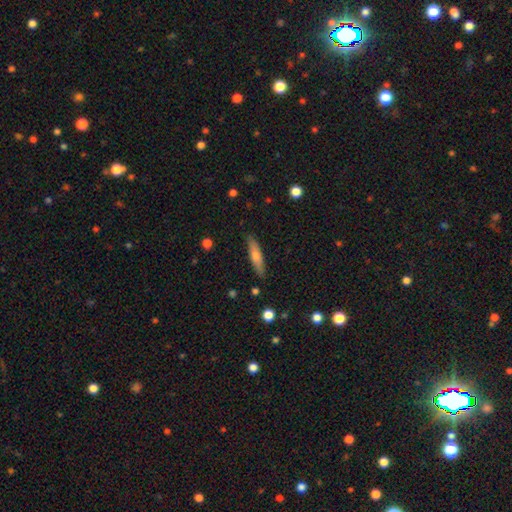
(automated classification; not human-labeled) A smooth galaxy with no disk features (59%) that is cigar-shaped (83%).

Vote fractions:
- Smooth or featured? smooth: 59% / featured or disk: 35% / star or artifact: 6%
- How rounded? cigar-shaped: 83% / in between: 15% / round: 2%
- Merging? none: 88% / minor disturbance: 9% / major disturbance: 2% / merger: 1%